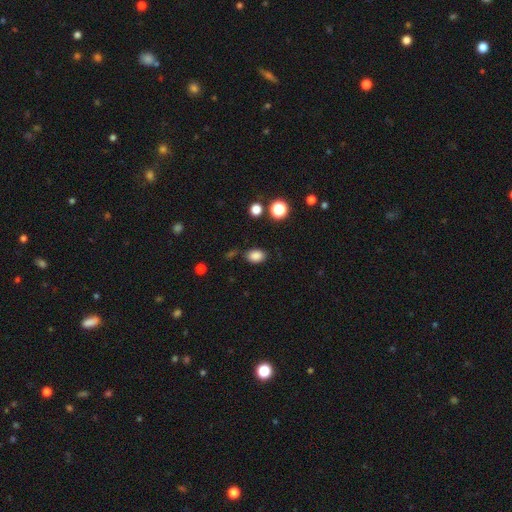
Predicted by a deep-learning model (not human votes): The model was most divided on "how rounded": in between: 75%, round: 24%, cigar-shaped: 1%. More confident: smooth or featured — smooth (85%); merging — none (79%).